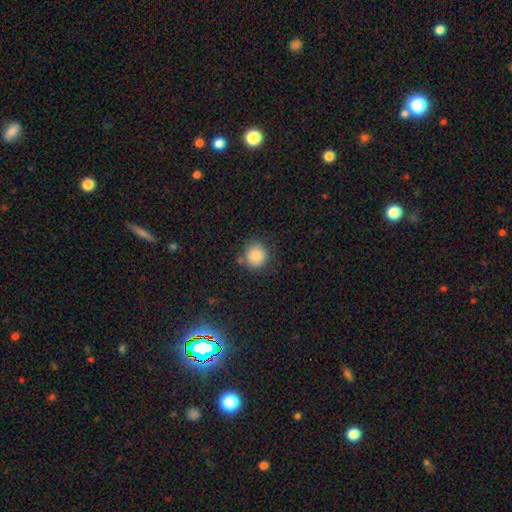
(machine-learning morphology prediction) Q: Smooth or featured?
A: smooth (87%); runner-up: star or artifact (9%)
Q: How rounded?
A: round (90%); runner-up: in between (9%)
Q: Merging?
A: none (81%); runner-up: minor disturbance (12%)